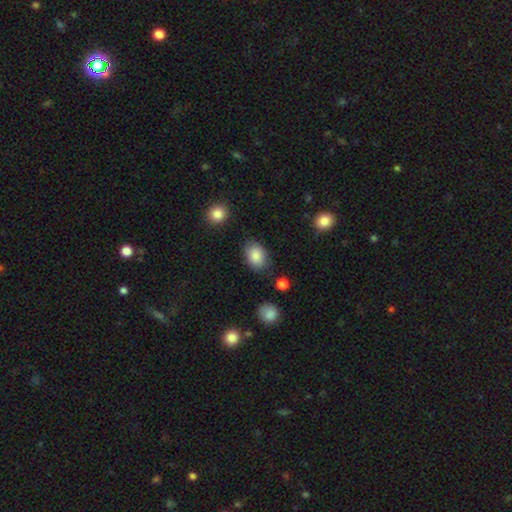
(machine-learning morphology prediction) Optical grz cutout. It shows a smooth galaxy with no disk features (86%) that is in between round and cigar-shaped (80%). Merging: none (80%).